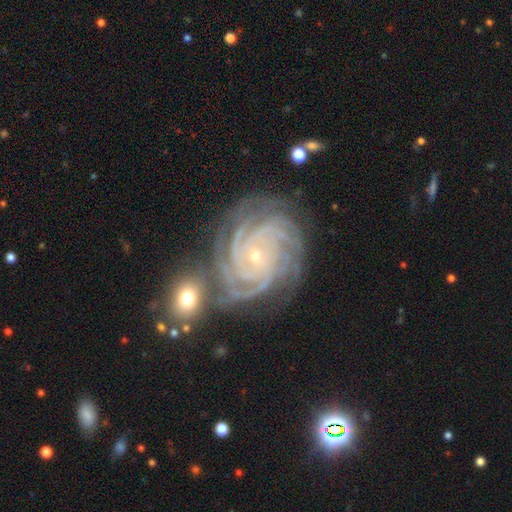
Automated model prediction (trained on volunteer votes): Q: Smooth or featured?
A: featured or disk (91%); runner-up: star or artifact (5%)
Q: Edge-on disk?
A: no (98%); runner-up: yes (2%)
Q: Bar?
A: no (75%); runner-up: weak (17%)
Q: Spiral arms?
A: yes (99%); runner-up: no (1%)
Q: Spiral winding?
A: tight (84%); runner-up: medium (14%)
Q: Spiral arm count?
A: 4 (37%); runner-up: more than 4 (24%)
Q: Bulge size?
A: small (83%); runner-up: moderate (14%)
Q: Merging?
A: none (72%); runner-up: minor disturbance (15%)